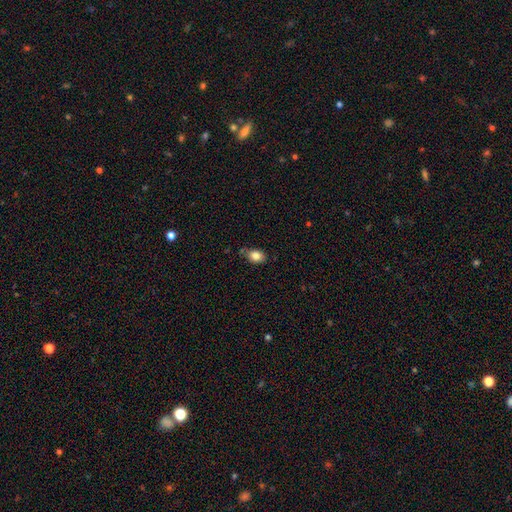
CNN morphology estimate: A smooth galaxy with no disk features (84%) that is in between round and cigar-shaped (71%). Merging: none (71%).